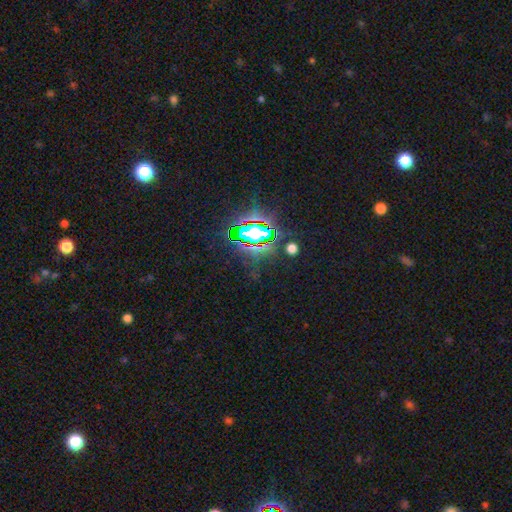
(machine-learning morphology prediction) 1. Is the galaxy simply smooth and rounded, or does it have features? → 81% star or artifact, 11% smooth, 8% featured or disk.